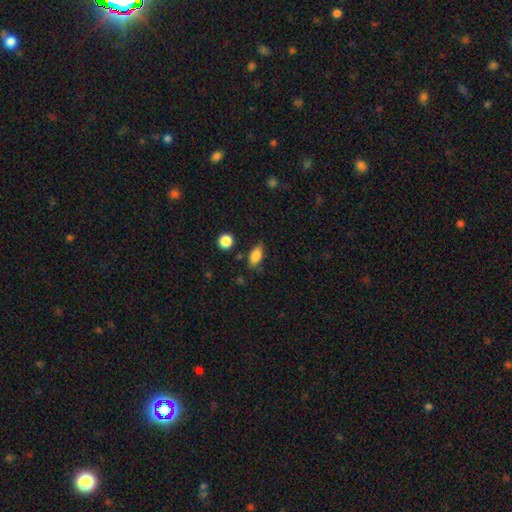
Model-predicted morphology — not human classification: Smooth or featured? Predicted: smooth (p=0.85). How rounded? Predicted: in between (p=0.87). Merging? Predicted: none (p=0.76).